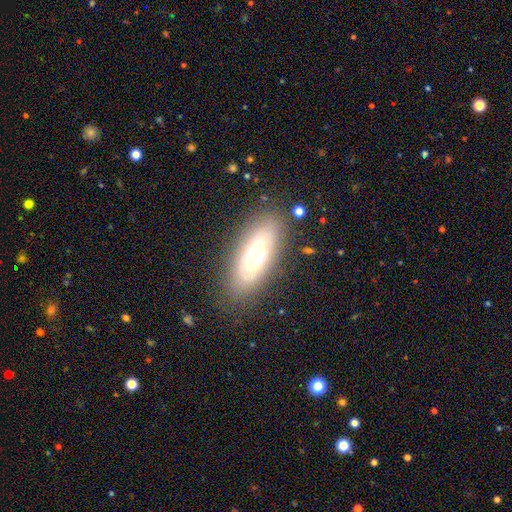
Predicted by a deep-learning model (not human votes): smooth-or-featured: smooth: 50% | featured or disk: 40% | star or artifact: 10%
  how-rounded: in between: 71% | cigar-shaped: 26% | round: 3%
  merging: none: 78% | minor disturbance: 14% | major disturbance: 6% | merger: 2%